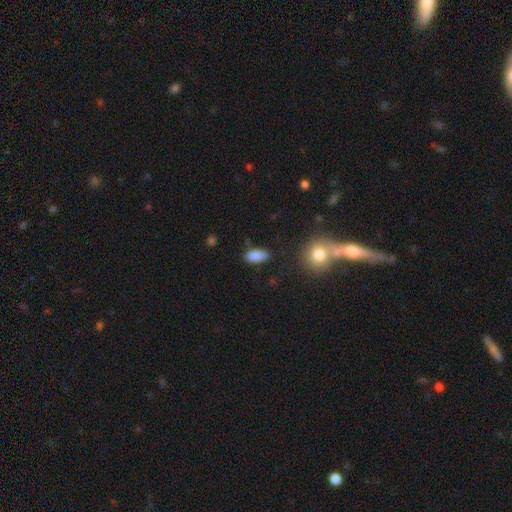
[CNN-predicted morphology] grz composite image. It shows a smooth galaxy with no disk features (87%) that is in between round and cigar-shaped (88%). Merging: none (75%).